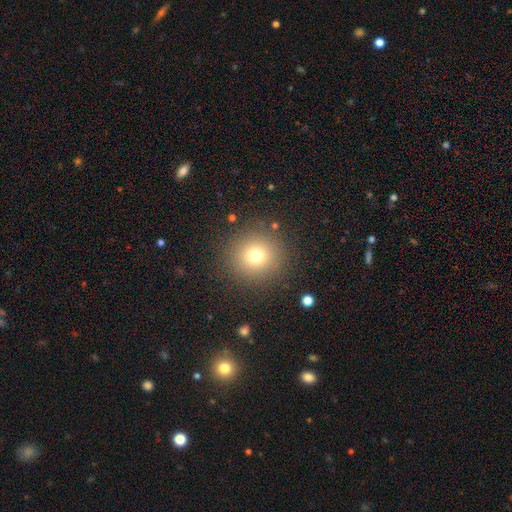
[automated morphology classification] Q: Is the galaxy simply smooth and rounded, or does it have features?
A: smooth — 75%.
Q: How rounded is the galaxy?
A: round — 94%.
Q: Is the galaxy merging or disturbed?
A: none — 88%.